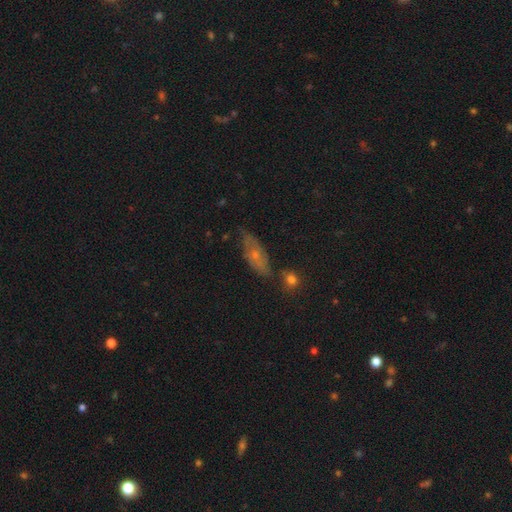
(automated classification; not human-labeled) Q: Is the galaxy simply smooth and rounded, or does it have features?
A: featured or disk — 47%.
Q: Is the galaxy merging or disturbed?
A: none — 60%.